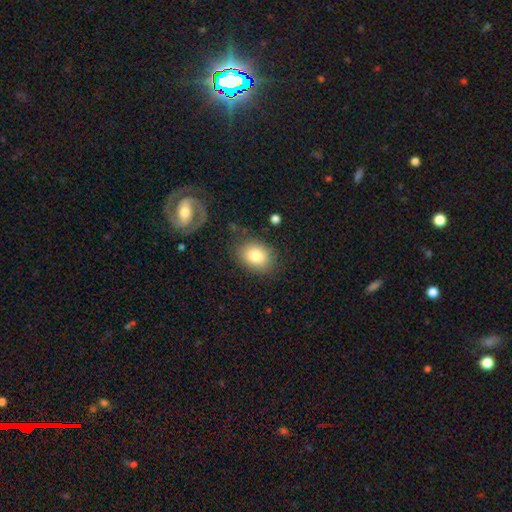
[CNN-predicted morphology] Smooth or featured: smooth — 83% (featured or disk — 9%)
How rounded: in between — 65% (round — 34%)
Merging: none — 78% (minor disturbance — 14%)